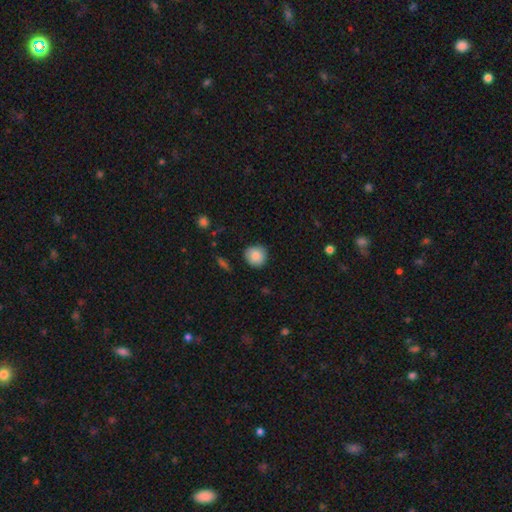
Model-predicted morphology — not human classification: smooth 86%, star or artifact 8%, featured or disk 6%. Down the decision tree: how rounded — round (92%); merging — none (86%).